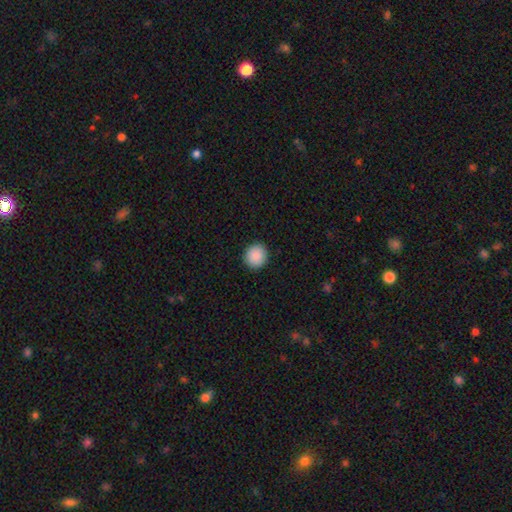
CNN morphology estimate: A smooth galaxy with no disk features (90%) that is round (89%). Merging: none (92%).